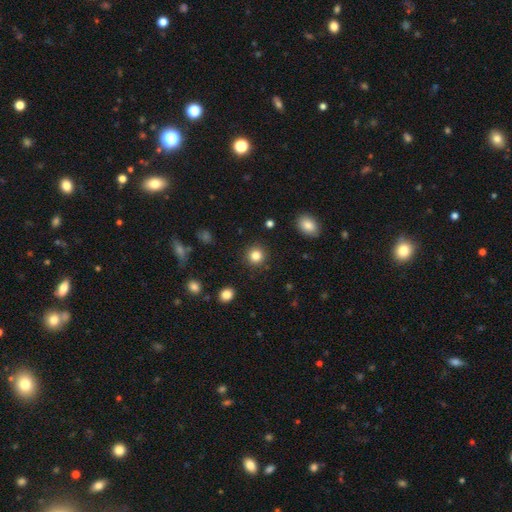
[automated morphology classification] Smooth or featured? smooth (84%)
How rounded? round (92%)
Merging? none (91%)